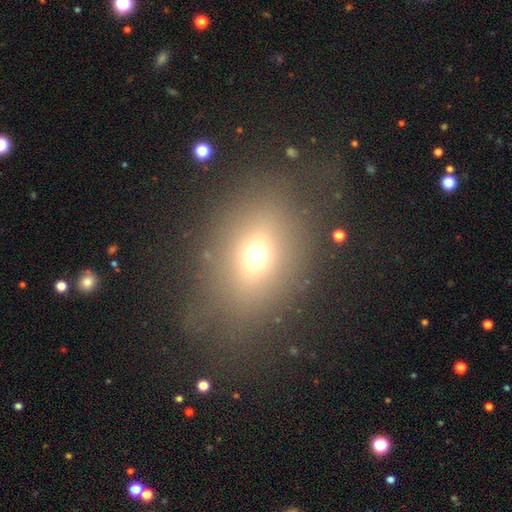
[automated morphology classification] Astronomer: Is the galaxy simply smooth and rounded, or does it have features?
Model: smooth — 63%.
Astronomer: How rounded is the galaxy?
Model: in between — 55% (runner-up: round, 43%).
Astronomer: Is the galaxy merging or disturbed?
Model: none — 66%.